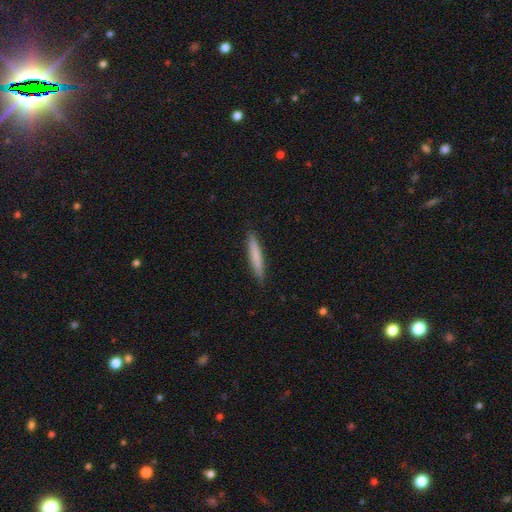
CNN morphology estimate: This is likely a smooth galaxy (76%). How rounded: clearly cigar-shaped (94%). Merging: clearly none (90%).